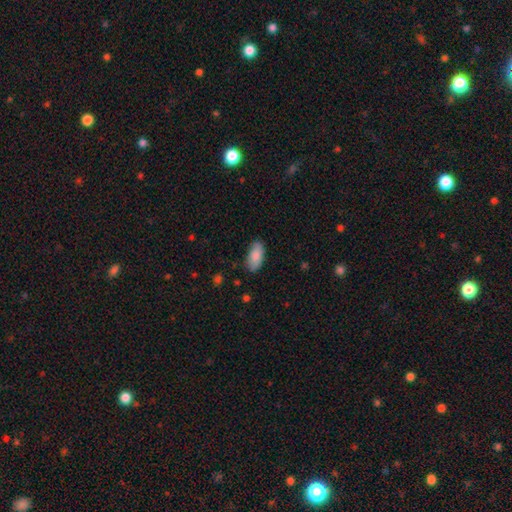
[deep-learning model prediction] Overall: smooth (87%). How rounded: in between (91%). Merging: none (83%).